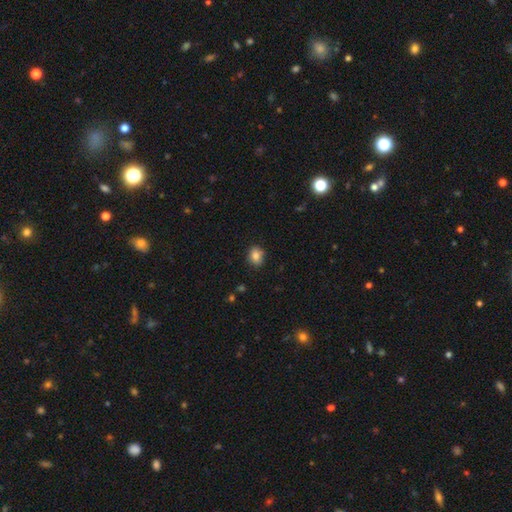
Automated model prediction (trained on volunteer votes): smooth 82%, star or artifact 10%, featured or disk 8%. Down the decision tree: how rounded — round (62%); merging — none (81%).